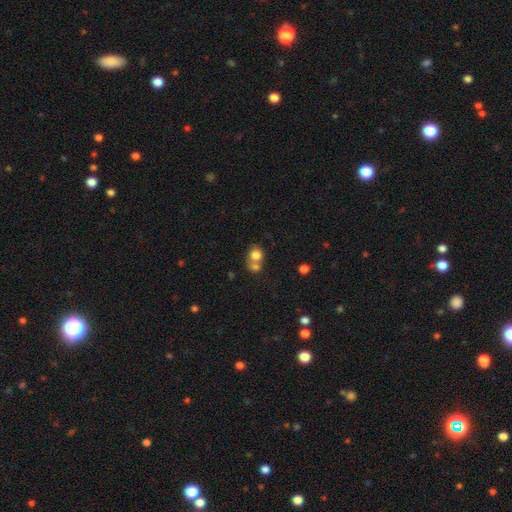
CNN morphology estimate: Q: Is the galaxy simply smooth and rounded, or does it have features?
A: smooth — 78%.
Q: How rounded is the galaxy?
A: round — 74%.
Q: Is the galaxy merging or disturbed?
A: merger — 53%.